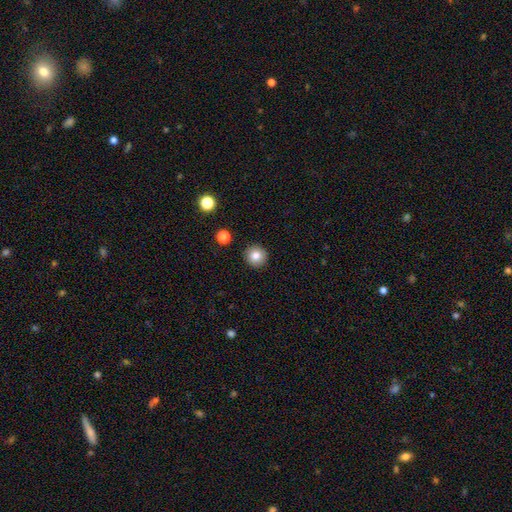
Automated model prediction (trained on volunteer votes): A smooth galaxy with no disk features (82%) that is round (95%). Merging: none (92%).